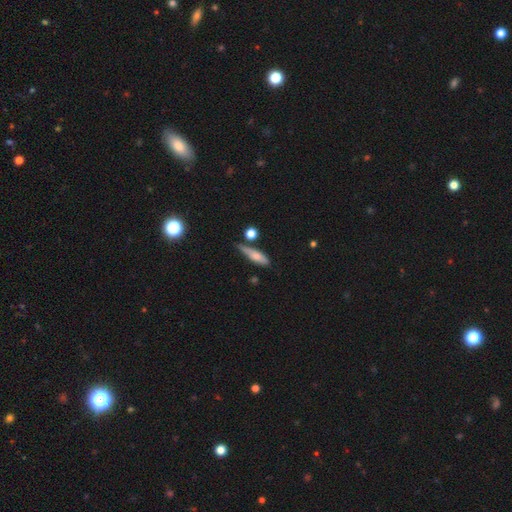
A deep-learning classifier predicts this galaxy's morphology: This appears to be a smooth galaxy with no disk features (67%) that is cigar-shaped (60%). Merging: none (56%).